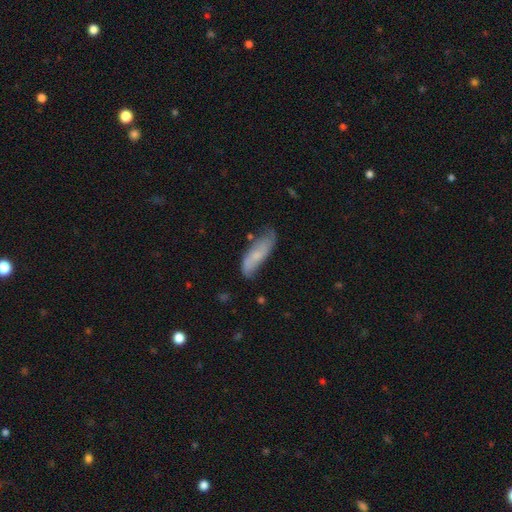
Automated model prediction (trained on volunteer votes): Smooth or featured: smooth — 56% (featured or disk — 37%)
How rounded: in between — 54% (cigar-shaped — 44%)
Merging: none — 59% (minor disturbance — 30%)